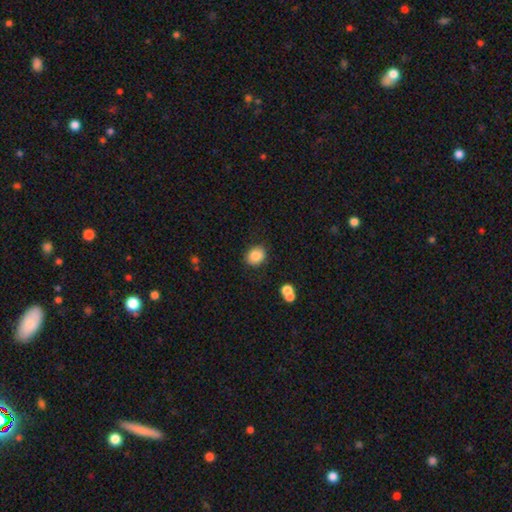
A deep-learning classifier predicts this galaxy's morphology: The model was most divided on "how rounded": round: 59%, in between: 40%, cigar-shaped: 1%. More confident: smooth or featured — smooth (85%); merging — none (85%).